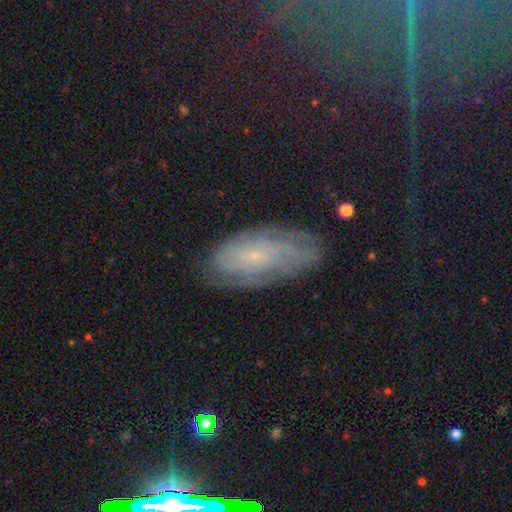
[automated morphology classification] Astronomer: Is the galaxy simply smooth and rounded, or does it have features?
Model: featured or disk — 52%.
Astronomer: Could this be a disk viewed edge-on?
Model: no — 88%.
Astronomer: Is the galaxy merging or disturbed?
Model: none — 76%.